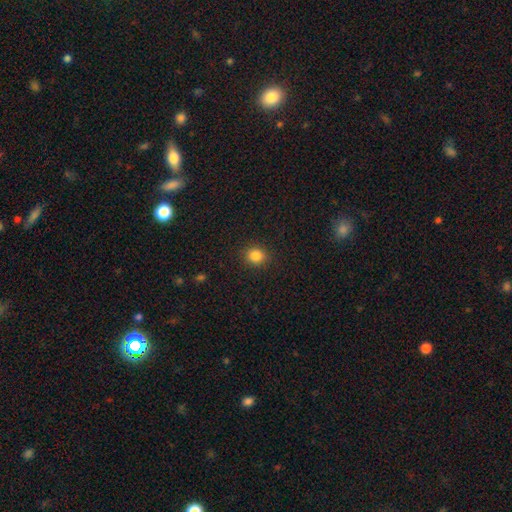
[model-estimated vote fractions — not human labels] Smooth or featured? smooth (84%)
How rounded? round (81%)
Merging? none (90%)